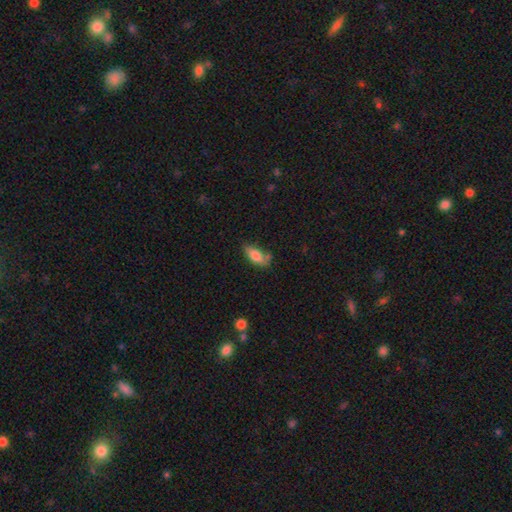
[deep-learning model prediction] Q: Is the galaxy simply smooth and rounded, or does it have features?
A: smooth — 77%.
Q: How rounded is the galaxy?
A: in between — 80%.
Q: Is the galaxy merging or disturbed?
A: none — 57%.